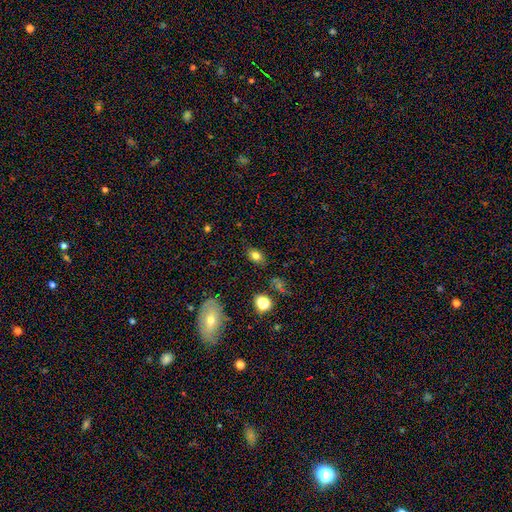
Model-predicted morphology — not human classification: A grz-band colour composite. It shows a smooth galaxy with no disk features (78%) that is in between round and cigar-shaped (80%). Merging: none (82%).